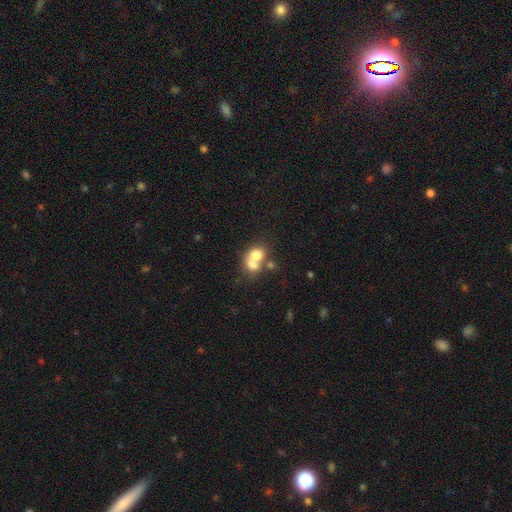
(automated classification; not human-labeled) Smooth or featured? smooth (69%)
How rounded? round (62%)
Merging? merger (67%)